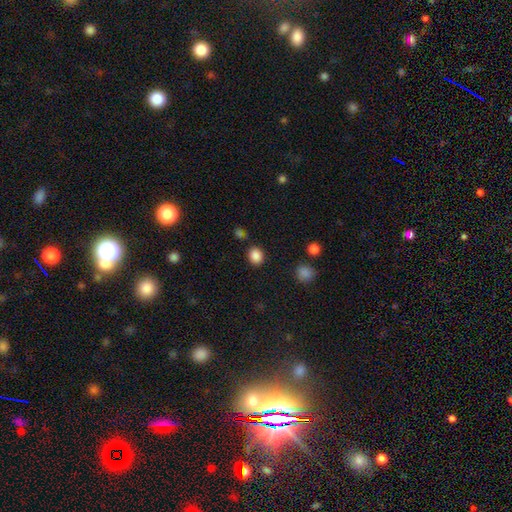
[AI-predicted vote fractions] Q: Smooth or featured?
A: smooth (86%); runner-up: star or artifact (10%)
Q: How rounded?
A: round (61%); runner-up: in between (38%)
Q: Merging?
A: none (83%); runner-up: minor disturbance (10%)